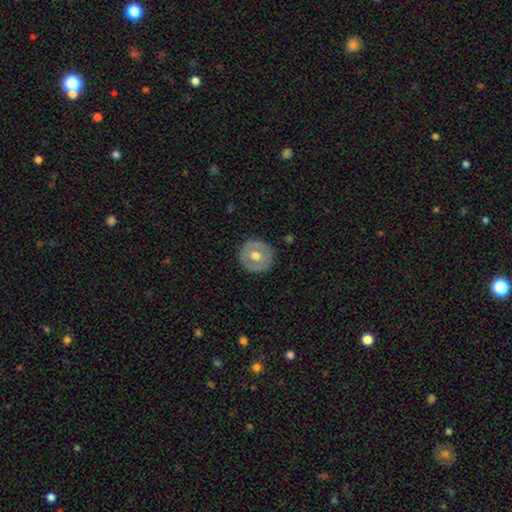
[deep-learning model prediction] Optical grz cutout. It shows a smooth galaxy with no disk features (50%). Merging: none (88%).